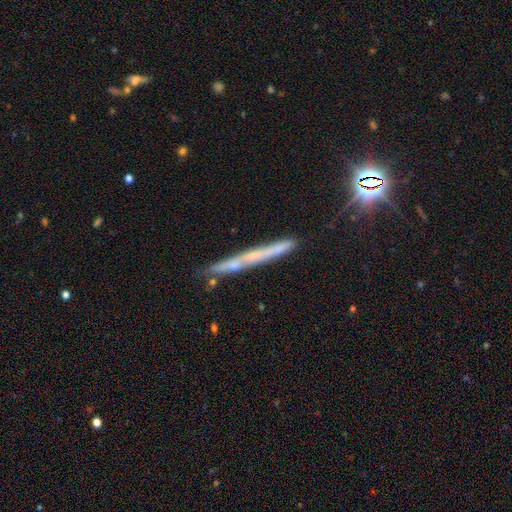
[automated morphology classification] type=featured or disk (52%); edge-on=yes (92%); merging=none (78%).